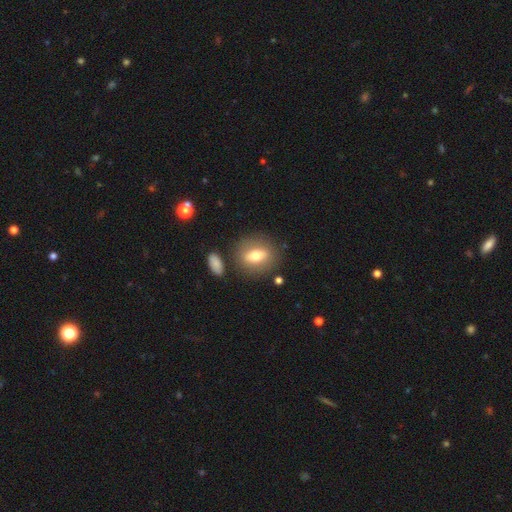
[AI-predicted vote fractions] This appears to be a smooth galaxy with no disk features (64%) that is in between round and cigar-shaped (52%). Merging: none (81%).